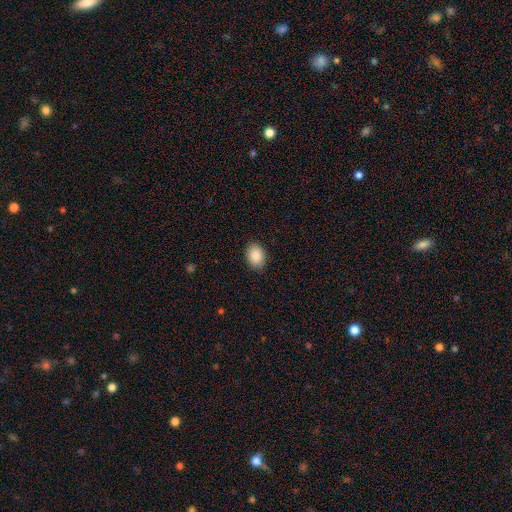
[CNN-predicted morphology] This is clearly a smooth galaxy (88%). How rounded: likely in between (74%). Merging: clearly none (87%).